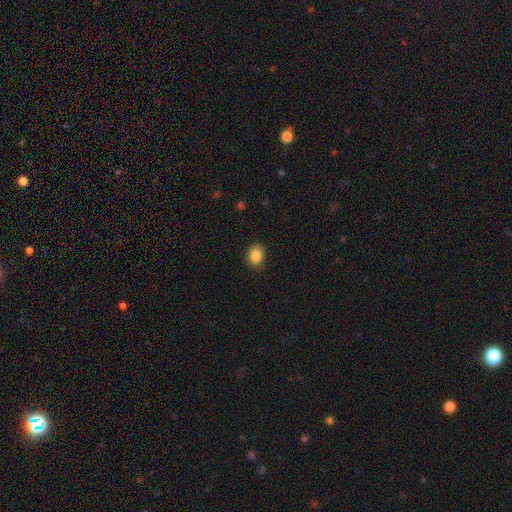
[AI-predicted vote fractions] A smooth galaxy with no disk features (87%) that is in between round and cigar-shaped (53%).

Vote fractions:
- Smooth or featured? smooth: 87% / star or artifact: 9% / featured or disk: 4%
- How rounded? in between: 53% / round: 46% / cigar-shaped: 1%
- Merging? none: 84% / minor disturbance: 12% / major disturbance: 3% / merger: 1%